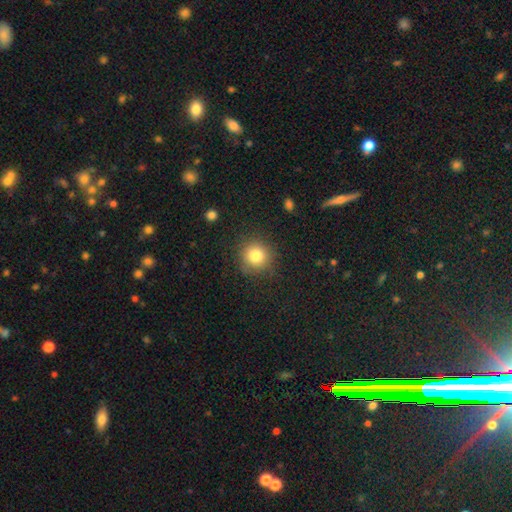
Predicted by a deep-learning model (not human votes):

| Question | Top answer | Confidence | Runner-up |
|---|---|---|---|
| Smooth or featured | smooth | 81% | star or artifact (12%) |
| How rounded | round | 93% | in between (6%) |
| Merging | none | 87% | minor disturbance (9%) |